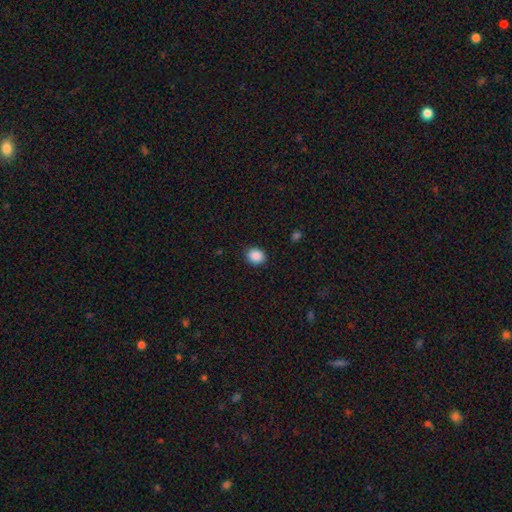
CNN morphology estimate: A smooth galaxy with no disk features (89%) that is round (64%). Merging: none (89%).